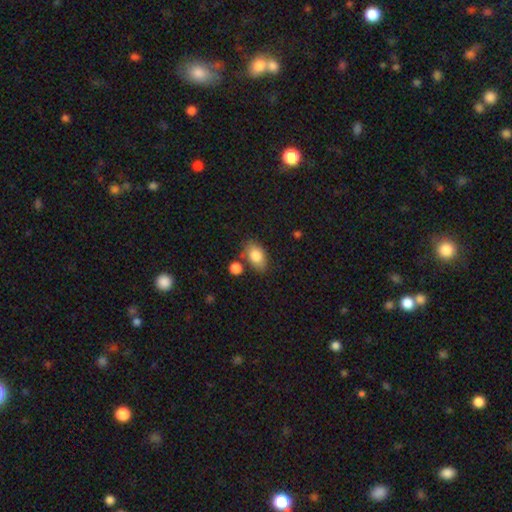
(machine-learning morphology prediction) smooth 83%, featured or disk 10%, star or artifact 7%. Down the decision tree: how rounded — in between (87%); merging — none (66%).